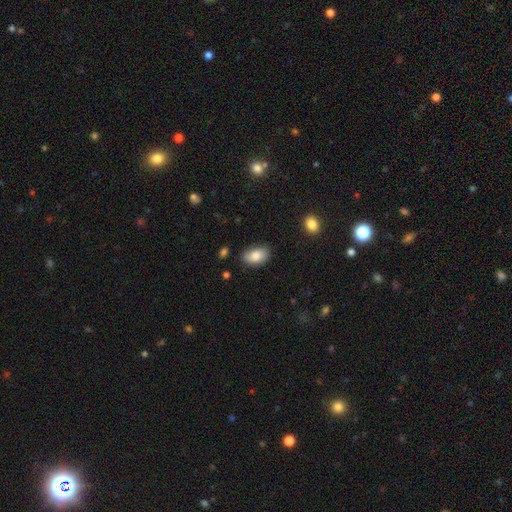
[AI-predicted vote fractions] Morphology: type=smooth (83%); roundness=in between (92%); merging=none (78%).